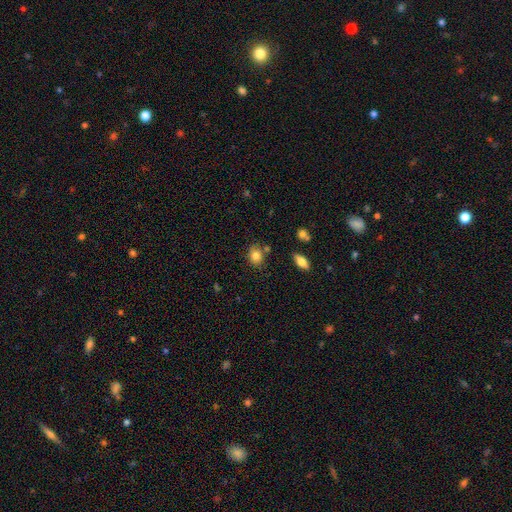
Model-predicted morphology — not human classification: Overall: smooth (82%). How rounded: in between (49%, tied with round). Merging: none (77%).